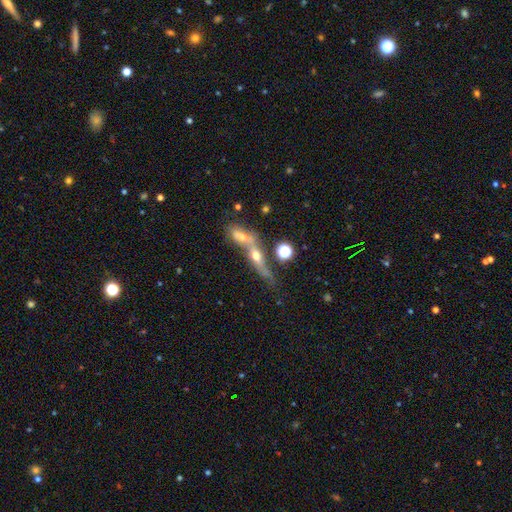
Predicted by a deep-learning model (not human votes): smooth-or-featured: featured or disk: 48% | smooth: 39% | star or artifact: 13%
  merging: merger: 53% | none: 31% | minor disturbance: 10% | major disturbance: 6%